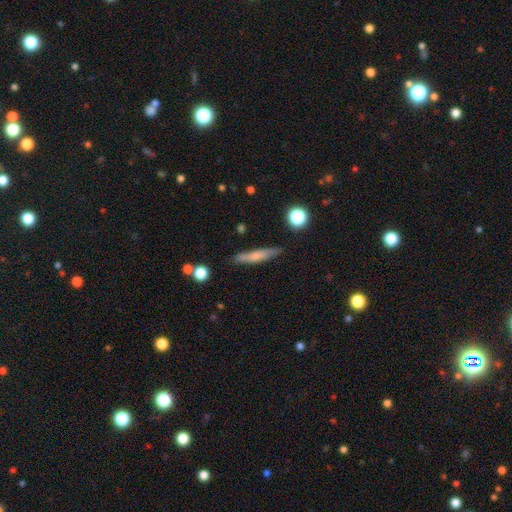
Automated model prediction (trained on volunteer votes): Overall: smooth (62%; featured or disk 31%). How rounded: cigar-shaped (90%). Merging: none (86%).